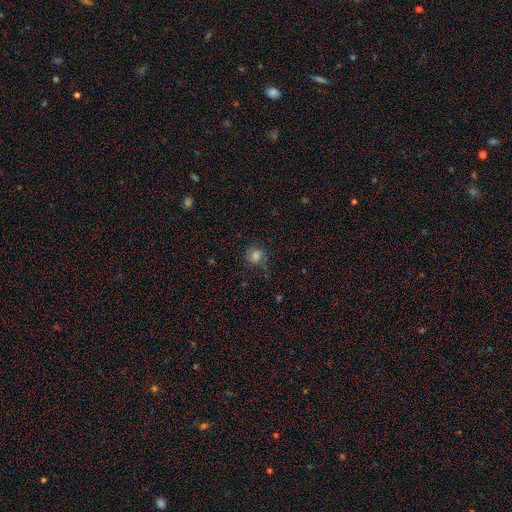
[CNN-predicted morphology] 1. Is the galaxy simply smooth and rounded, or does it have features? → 73% smooth, 17% star or artifact, 10% featured or disk.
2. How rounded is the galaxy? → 78% round, 21% in between, 1% cigar-shaped.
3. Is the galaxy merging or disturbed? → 68% none, 21% minor disturbance, 9% major disturbance, 3% merger.